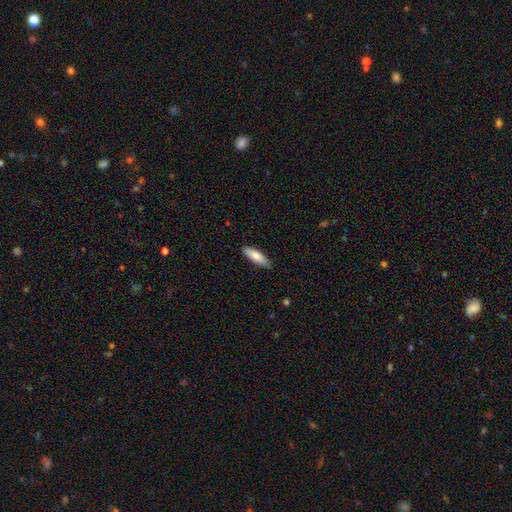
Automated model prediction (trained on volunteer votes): Smooth or featured: smooth — 79% (featured or disk — 15%)
How rounded: cigar-shaped — 52% (in between — 47%)
Merging: none — 87% (minor disturbance — 11%)